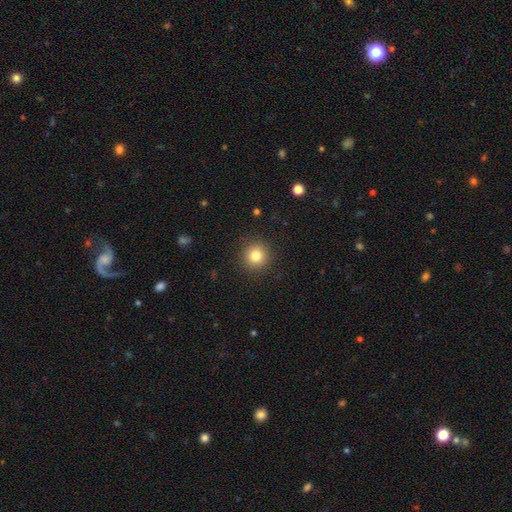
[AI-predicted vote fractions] This appears to be a smooth galaxy with no disk features (82%) that is round (94%). Merging: none (91%).